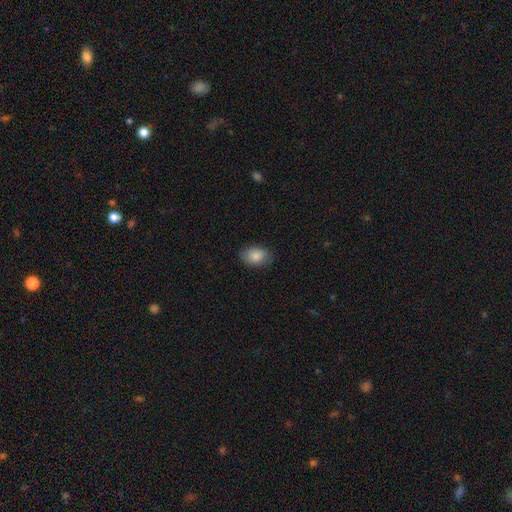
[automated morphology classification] Overall: smooth (87%). How rounded: in between (83%). Merging: none (84%).